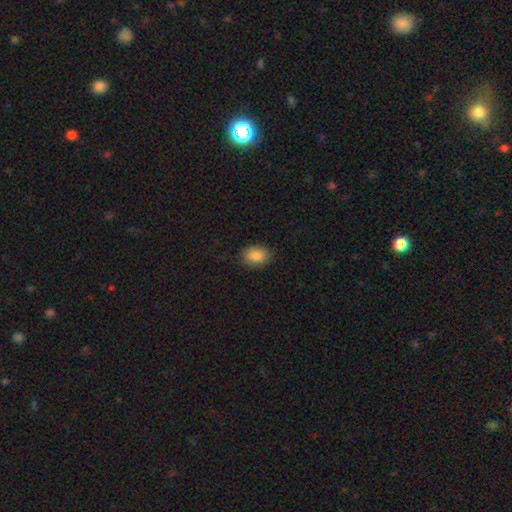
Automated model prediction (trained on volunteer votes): Smooth or featured: smooth — 86% (star or artifact — 8%)
How rounded: in between — 77% (round — 22%)
Merging: none — 84% (minor disturbance — 12%)